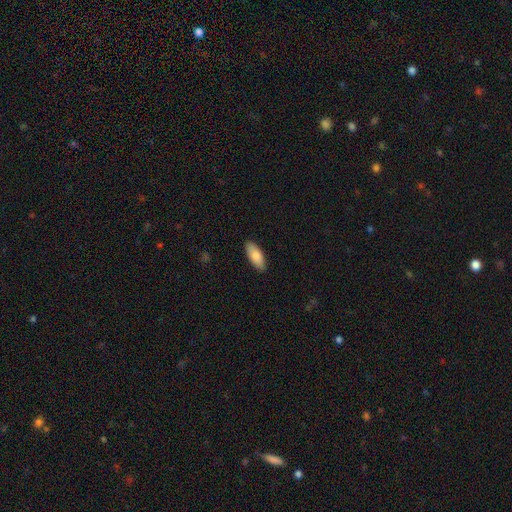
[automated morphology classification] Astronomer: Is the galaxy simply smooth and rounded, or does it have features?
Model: smooth — 85%.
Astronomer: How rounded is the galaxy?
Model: in between — 78%.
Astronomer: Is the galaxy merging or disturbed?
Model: none — 88%.